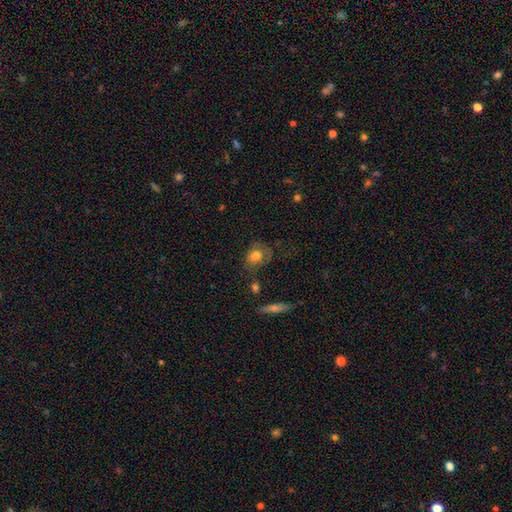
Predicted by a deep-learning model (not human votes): smooth_or_featured: smooth (p=0.68) [alt: featured or disk p=0.25]
how_rounded: round (p=0.54) [alt: in between p=0.44]
merging: none (p=0.53) [alt: minor disturbance p=0.26]